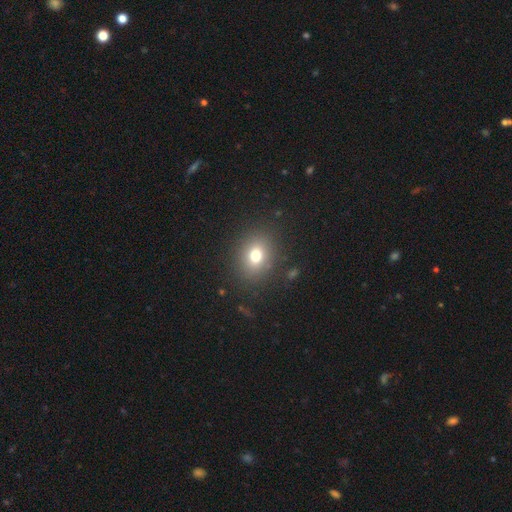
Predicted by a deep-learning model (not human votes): This is likely a smooth galaxy (74%). How rounded: possibly round (54%). Merging: clearly none (86%).